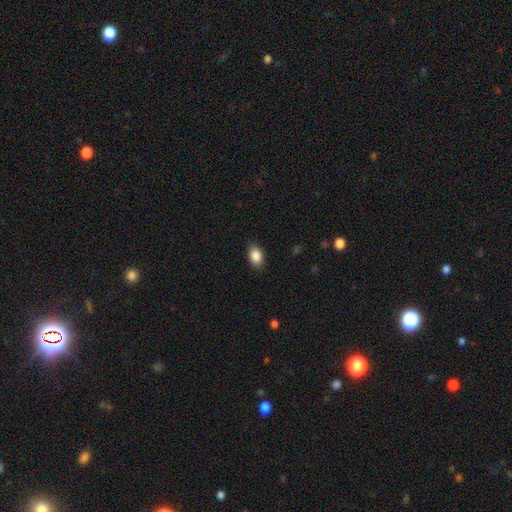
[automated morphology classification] smooth_or_featured: smooth (p=0.87) [alt: star or artifact p=0.08]
how_rounded: in between (p=0.87) [alt: round p=0.11]
merging: none (p=0.86) [alt: minor disturbance p=0.10]